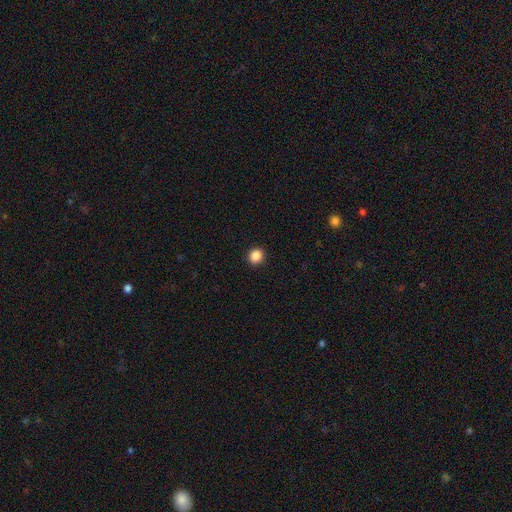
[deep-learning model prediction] Smooth or featured? Predicted: smooth (p=0.88). How rounded? Predicted: round (p=0.83). Merging? Predicted: none (p=0.92).